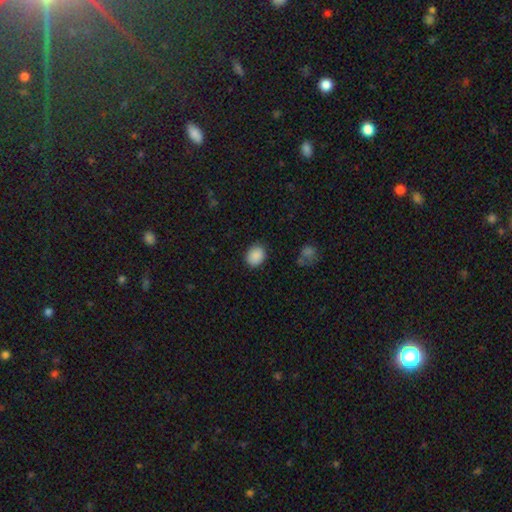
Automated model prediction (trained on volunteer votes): smooth_or_featured: smooth (p=0.88) [alt: star or artifact p=0.08]
how_rounded: in between (p=0.51) [alt: round p=0.48]
merging: none (p=0.83) [alt: minor disturbance p=0.13]